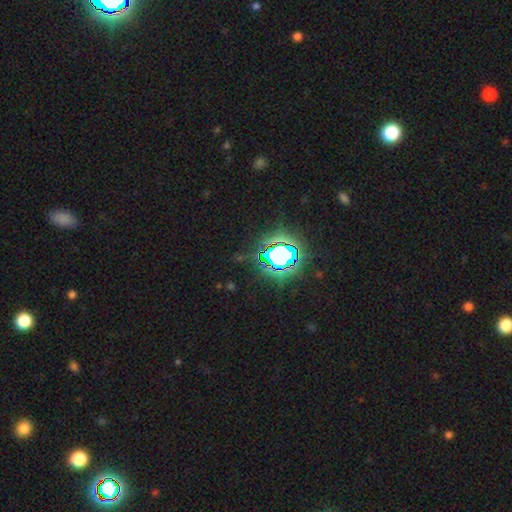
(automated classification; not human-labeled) A star or artifact, not a galaxy (81%).